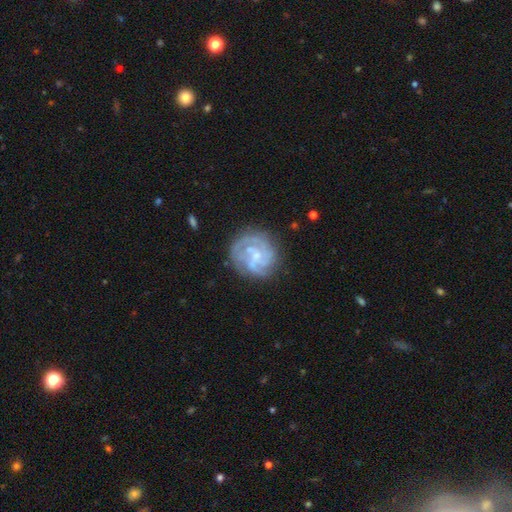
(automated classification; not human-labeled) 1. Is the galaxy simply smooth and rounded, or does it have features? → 78% featured or disk, 15% smooth, 7% star or artifact.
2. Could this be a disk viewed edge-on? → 98% no, 2% yes.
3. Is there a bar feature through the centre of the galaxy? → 59% no, 35% weak, 7% strong.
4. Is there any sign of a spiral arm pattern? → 88% yes, 12% no.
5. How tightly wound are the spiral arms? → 54% tight, 35% medium, 11% loose.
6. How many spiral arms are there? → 32% 3, 29% can't tell, 15% 2, 14% 4, 5% 1, 5% more than 4.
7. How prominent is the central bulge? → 61% small, 22% moderate, 14% none, 2% large, 1% dominant.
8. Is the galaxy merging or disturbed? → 70% none, 17% minor disturbance, 10% major disturbance, 4% merger.